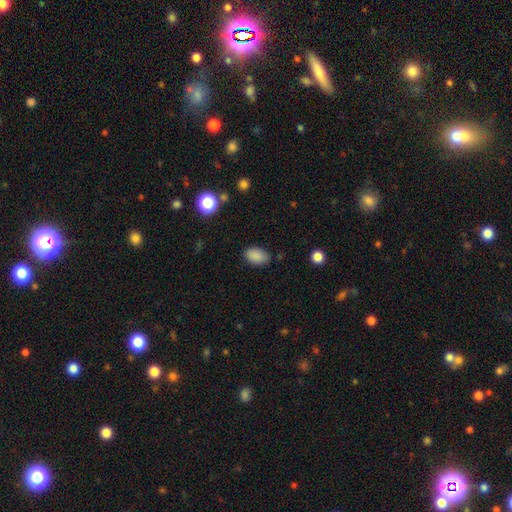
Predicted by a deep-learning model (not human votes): A smooth galaxy with no disk features (87%) that is in between round and cigar-shaped (89%). Merging: none (82%).